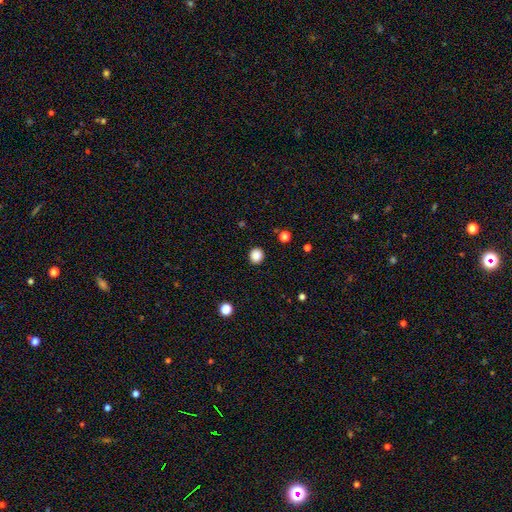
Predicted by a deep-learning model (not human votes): This appears to be a smooth galaxy with no disk features (87%) that is round (86%). Merging: none (91%).